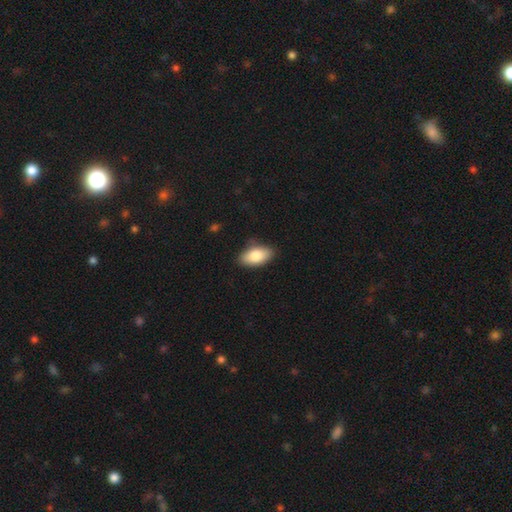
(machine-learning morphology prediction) type=smooth (81%); roundness=in between (93%); merging=none (84%).